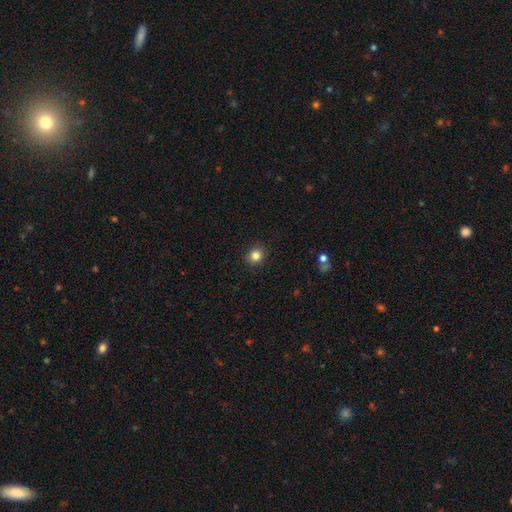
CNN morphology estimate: smooth 84%, star or artifact 11%, featured or disk 5%. Down the decision tree: how rounded — round (82%); merging — none (90%).